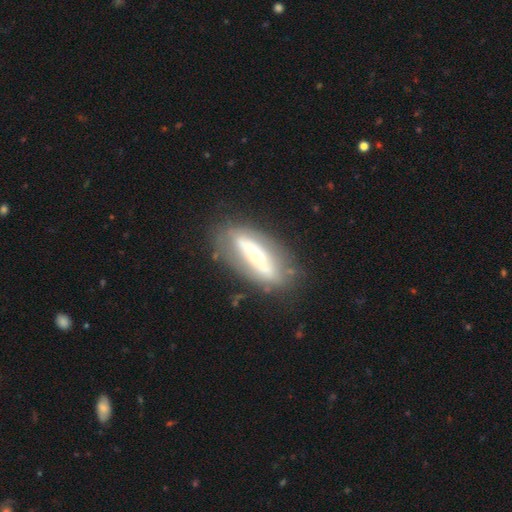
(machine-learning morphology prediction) The model was most divided on "smooth or featured": featured or disk: 61%, smooth: 32%, star or artifact: 7%. More confident: merging — none (74%); edge-on disk — no (73%).